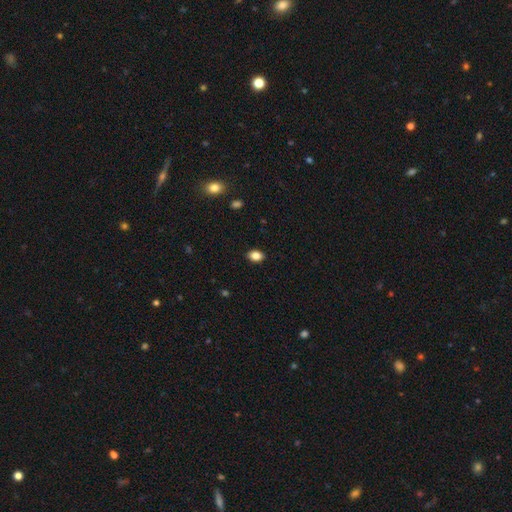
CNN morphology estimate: smooth-or-featured: smooth: 86% | star or artifact: 9% | featured or disk: 5%
  how-rounded: in between: 76% | round: 22% | cigar-shaped: 1%
  merging: none: 89% | minor disturbance: 8% | major disturbance: 2% | merger: 1%